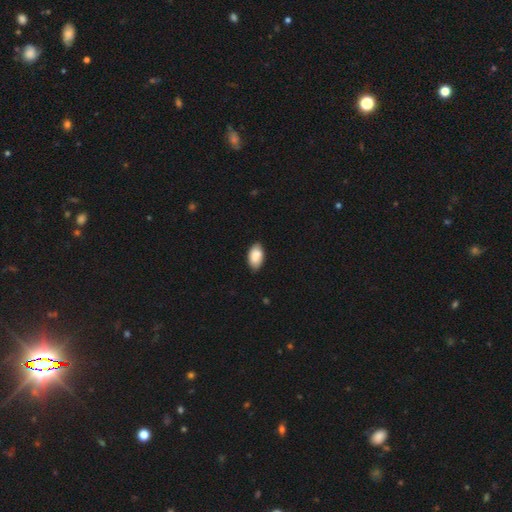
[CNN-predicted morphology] Q: Smooth or featured?
A: smooth (87%); runner-up: featured or disk (8%)
Q: How rounded?
A: in between (95%); runner-up: round (3%)
Q: Merging?
A: none (83%); runner-up: minor disturbance (14%)